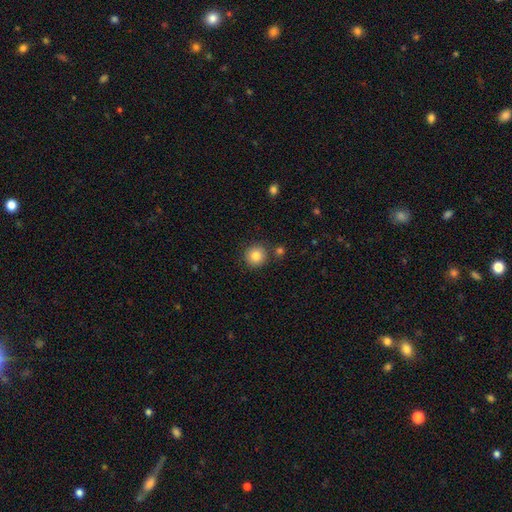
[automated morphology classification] Smooth or featured? smooth (84%)
How rounded? round (92%)
Merging? none (84%)